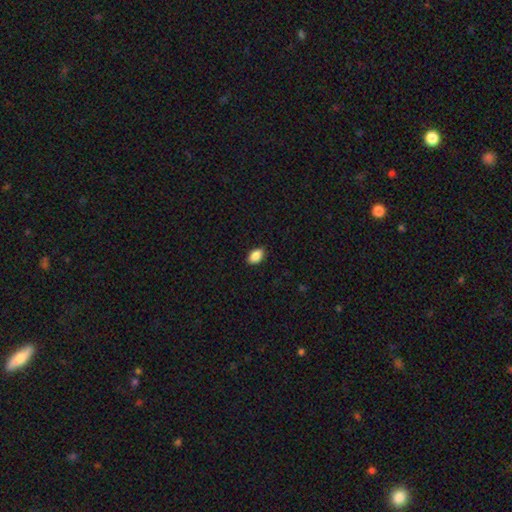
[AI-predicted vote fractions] Smooth or featured? smooth (89%)
How rounded? in between (90%)
Merging? none (89%)